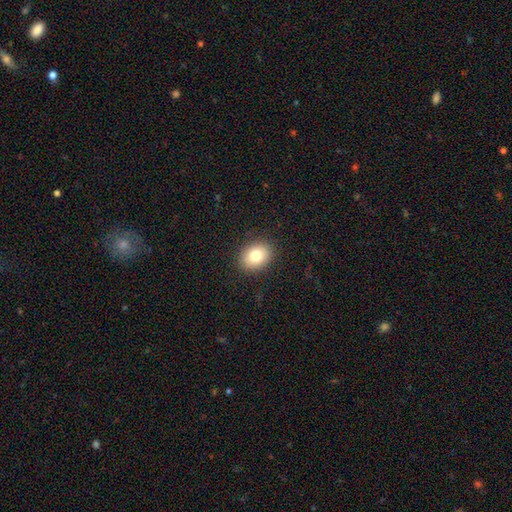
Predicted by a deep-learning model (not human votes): Overall: smooth (79%). How rounded: in between (58%; round 41%). Merging: none (89%).